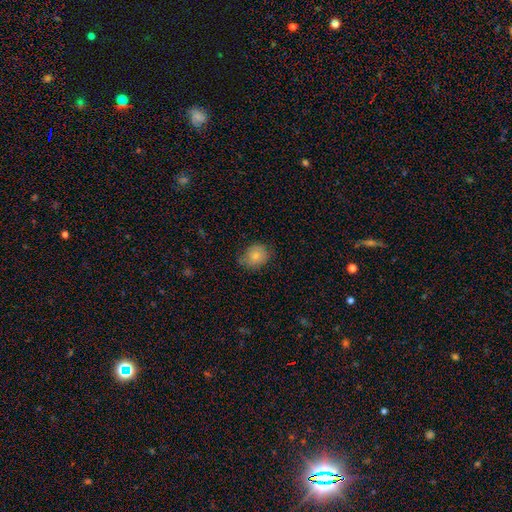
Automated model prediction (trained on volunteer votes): smooth 80%, featured or disk 12%, star or artifact 8%. Down the decision tree: how rounded — round (59%); merging — none (70%).